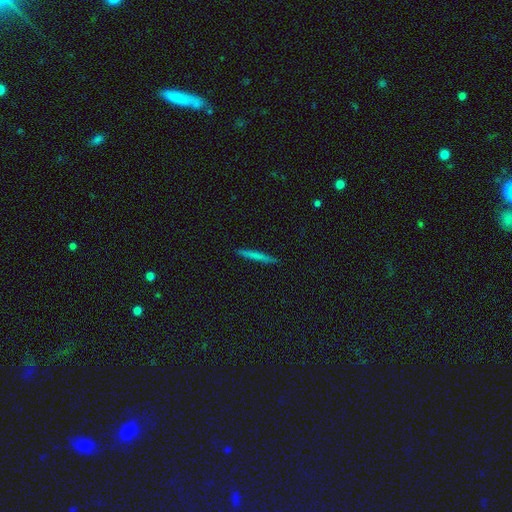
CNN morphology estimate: Q: Smooth or featured?
A: smooth (65%); runner-up: featured or disk (28%)
Q: How rounded?
A: cigar-shaped (96%); runner-up: in between (2%)
Q: Merging?
A: none (91%); runner-up: minor disturbance (6%)